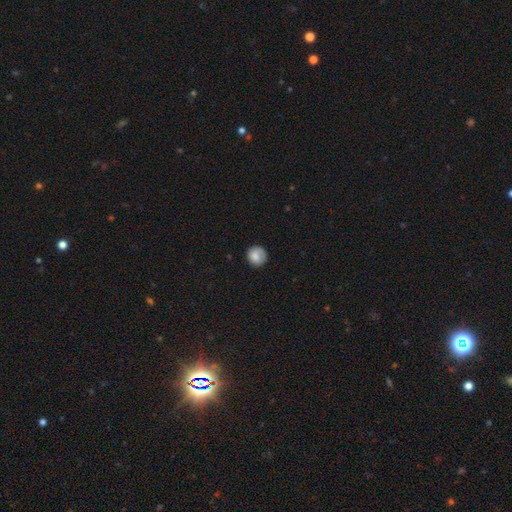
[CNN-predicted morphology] This appears to be a smooth galaxy with no disk features (81%) that is round (91%). Merging: none (79%).